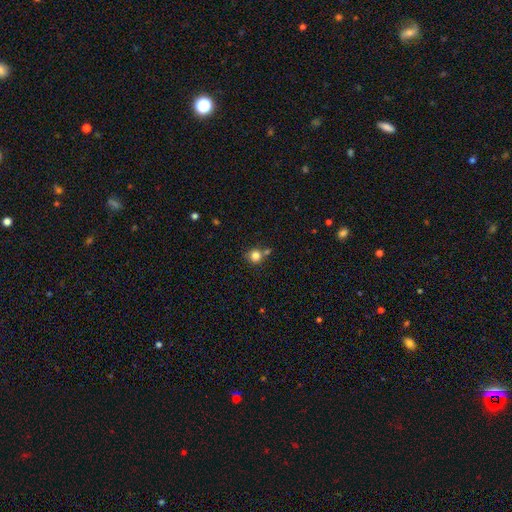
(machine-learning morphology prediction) Smooth or featured? smooth (82%)
How rounded? round (90%)
Merging? none (66%)